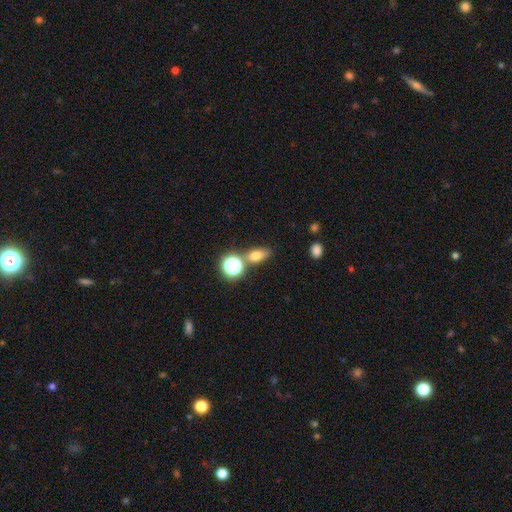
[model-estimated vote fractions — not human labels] The model was most divided on "how rounded": in between: 68%, round: 23%, cigar-shaped: 9%. More confident: smooth or featured — smooth (70%); merging — none (68%).